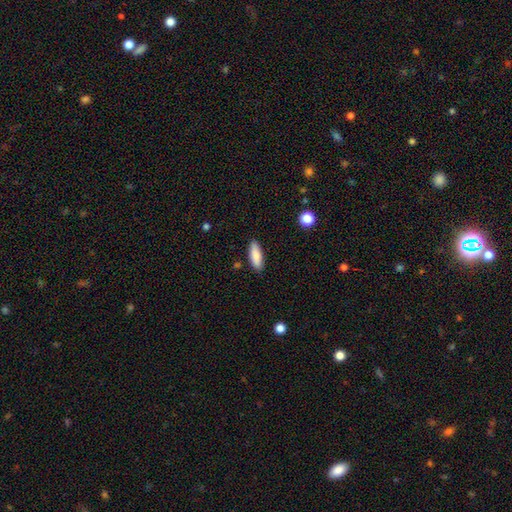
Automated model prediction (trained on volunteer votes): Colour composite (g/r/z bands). It shows a smooth galaxy with no disk features (86%) that is in between round and cigar-shaped (62%). Merging: none (87%).